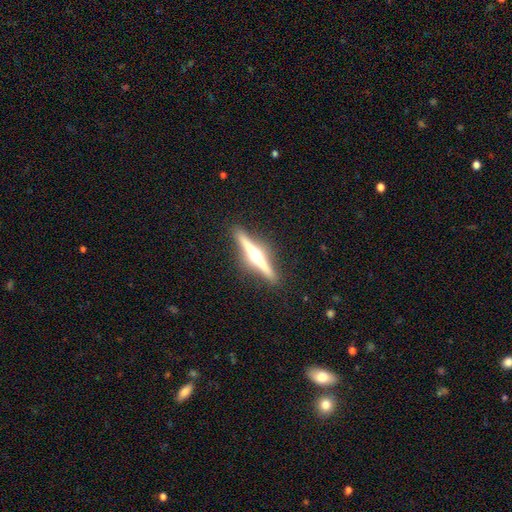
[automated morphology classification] A featured or disk galaxy (76%) viewed edge-on (98%) with a rounded central bulge (85%). Merging: none (90%).